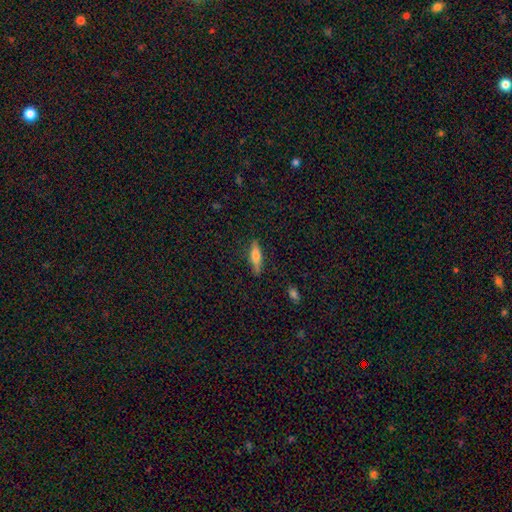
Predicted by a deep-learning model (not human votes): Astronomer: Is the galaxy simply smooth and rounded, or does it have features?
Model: smooth — 58% (runner-up: featured or disk, 35%).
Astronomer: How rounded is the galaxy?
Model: cigar-shaped — 69%.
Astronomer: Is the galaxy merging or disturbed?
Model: none — 85%.